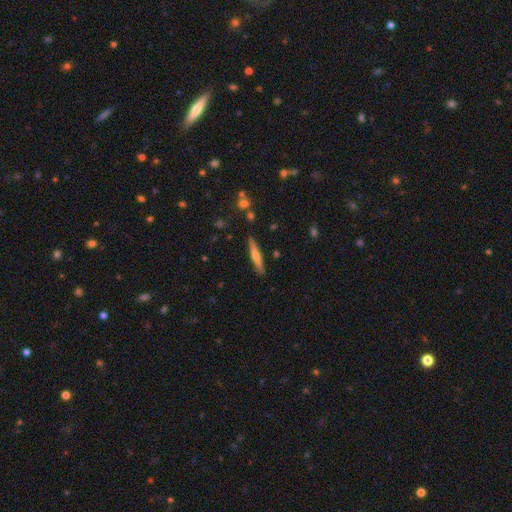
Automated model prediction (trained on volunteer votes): Smooth or featured: featured or disk — 56% (smooth — 37%)
Edge-on disk: yes — 96% (no — 4%)
Edge-on bulge: rounded — 79% (none — 13%)
Merging: none — 89% (minor disturbance — 7%)